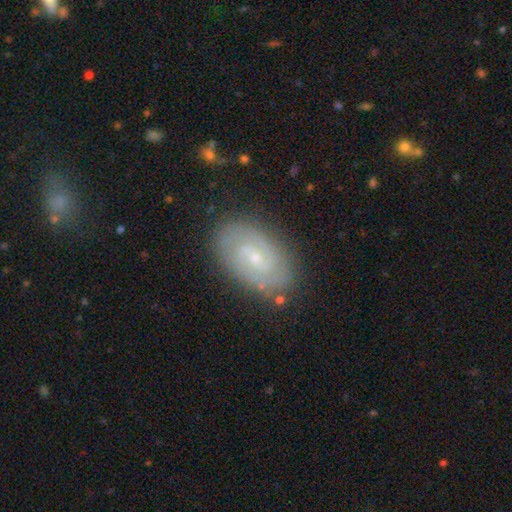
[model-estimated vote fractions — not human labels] Smooth or featured: featured or disk — 78% (smooth — 15%)
Edge-on disk: no — 96% (yes — 4%)
Bar: weak — 47% (no — 45%)
Spiral arms: yes — 93% (no — 7%)
Spiral winding: tight — 56% (medium — 35%)
Spiral arm count: 2 — 67% (can't tell — 18%)
Bulge size: small — 73% (moderate — 24%)
Merging: none — 84% (minor disturbance — 12%)